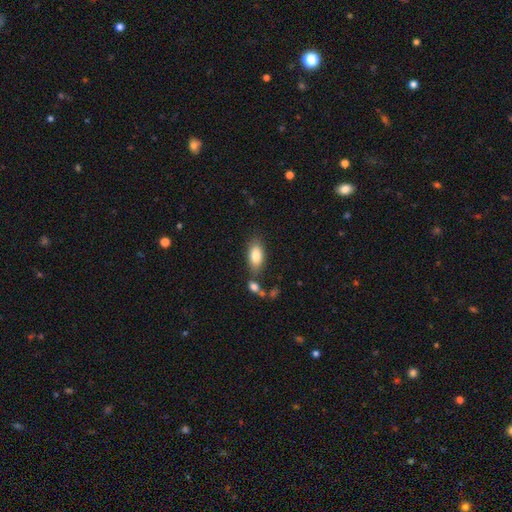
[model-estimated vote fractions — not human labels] Q: Smooth or featured?
A: smooth (83%); runner-up: featured or disk (10%)
Q: How rounded?
A: in between (89%); runner-up: cigar-shaped (8%)
Q: Merging?
A: none (71%); runner-up: minor disturbance (14%)